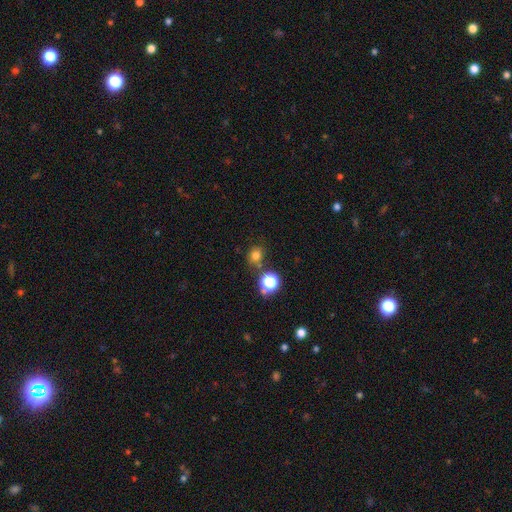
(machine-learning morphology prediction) smooth-or-featured: smooth: 72% | star or artifact: 22% | featured or disk: 6%
  how-rounded: round: 74% | in between: 25% | cigar-shaped: 1%
  merging: none: 74% | minor disturbance: 12% | merger: 11% | major disturbance: 4%